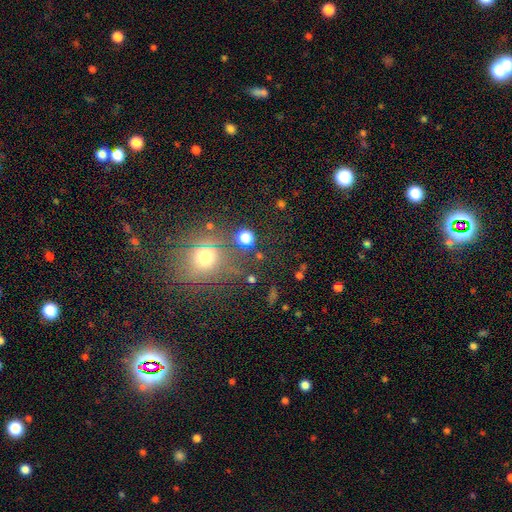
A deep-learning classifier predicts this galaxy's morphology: The model was most divided on "smooth or featured": smooth: 46%, star or artifact: 44%, featured or disk: 10%. More confident: merging — none (79%).